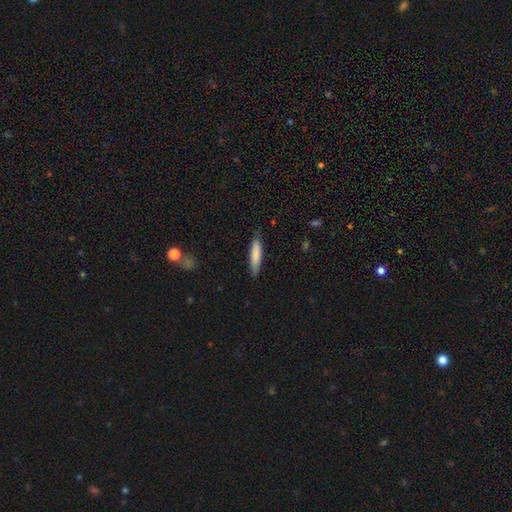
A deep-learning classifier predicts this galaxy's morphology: A smooth galaxy with no disk features (82%) that is cigar-shaped (77%). Merging: none (80%).